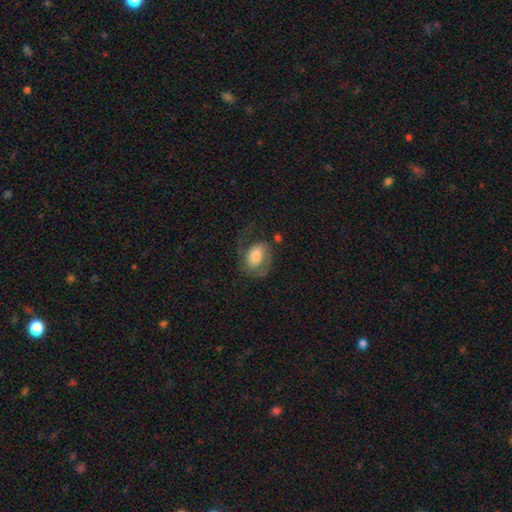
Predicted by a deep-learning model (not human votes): Overall: featured or disk (51%; smooth 42%). Edge-on disk: no (96%). Merging: none (44%; major disturbance 32%).